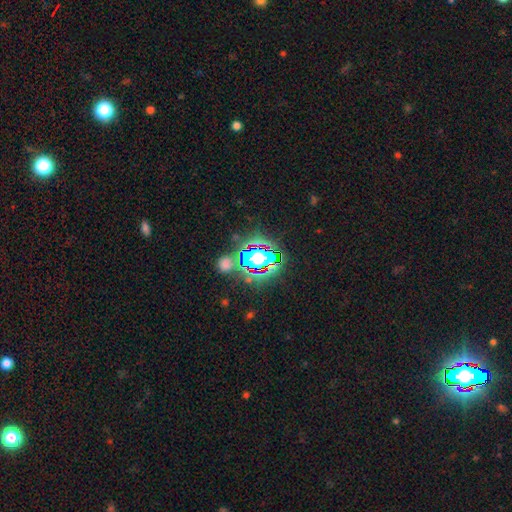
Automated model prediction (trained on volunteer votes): Smooth or featured?
  - star or artifact: 59% *
  - smooth: 26%
  - featured or disk: 15%